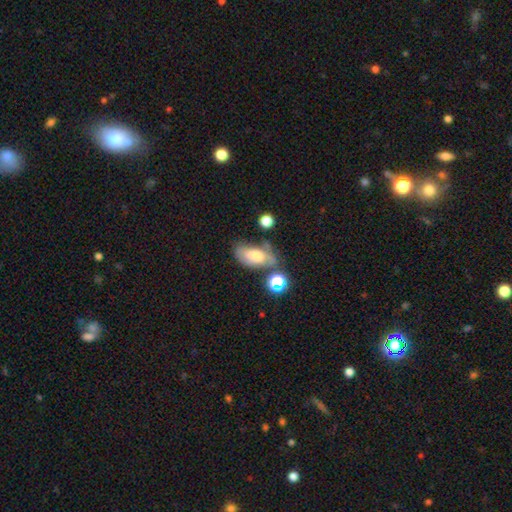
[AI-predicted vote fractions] Smooth or featured?
  - smooth: 52% *
  - featured or disk: 37%
  - star or artifact: 12%
How rounded?
  - in between: 86% *
  - round: 8%
  - cigar-shaped: 6%
Merging?
  - none: 45% *
  - minor disturbance: 26%
  - merger: 15%
  - major disturbance: 14%